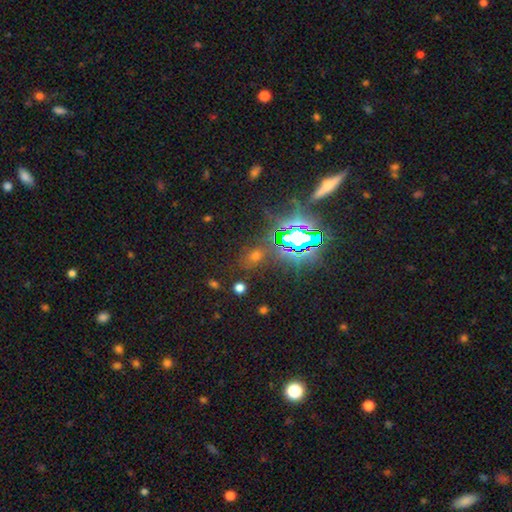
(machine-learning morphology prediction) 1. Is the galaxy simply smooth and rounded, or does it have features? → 49% star or artifact, 42% smooth, 9% featured or disk.